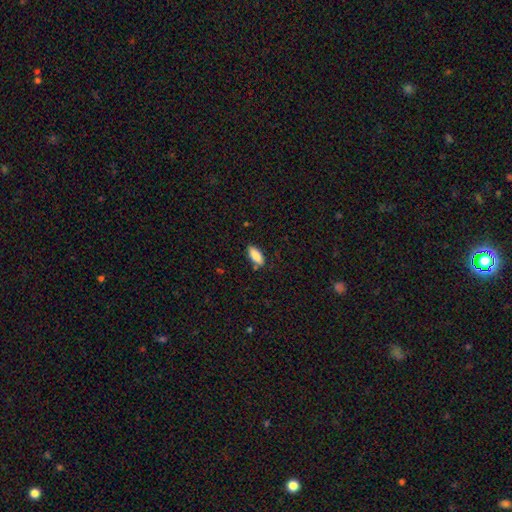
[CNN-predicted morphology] A smooth galaxy with no disk features (86%) that is in between round and cigar-shaped (84%). Merging: none (82%).